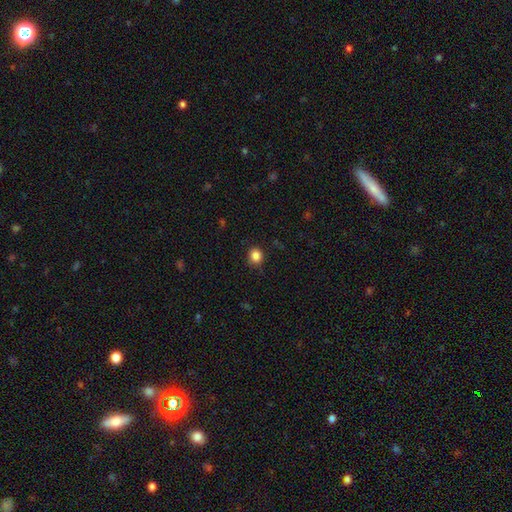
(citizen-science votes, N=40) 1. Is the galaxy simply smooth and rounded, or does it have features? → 92% smooth, 8% star or artifact, 0% featured or disk.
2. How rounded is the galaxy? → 78% round, 22% in between, 0% cigar-shaped.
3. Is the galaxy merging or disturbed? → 78% none, 19% minor disturbance, 3% major disturbance, 0% merger.